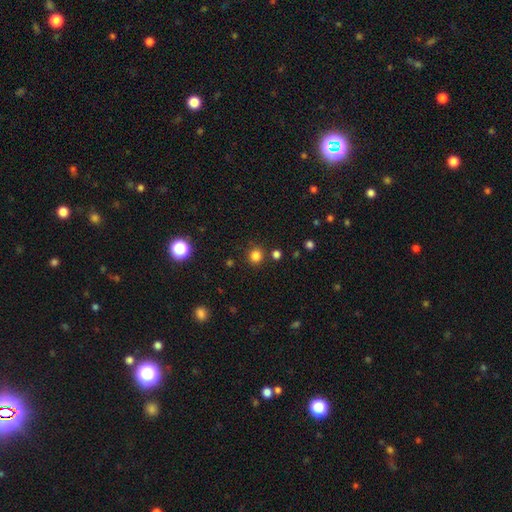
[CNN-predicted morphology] The model was most divided on "smooth or featured": smooth: 81%, star or artifact: 15%, featured or disk: 4%. More confident: how rounded — round (91%); merging — none (86%).